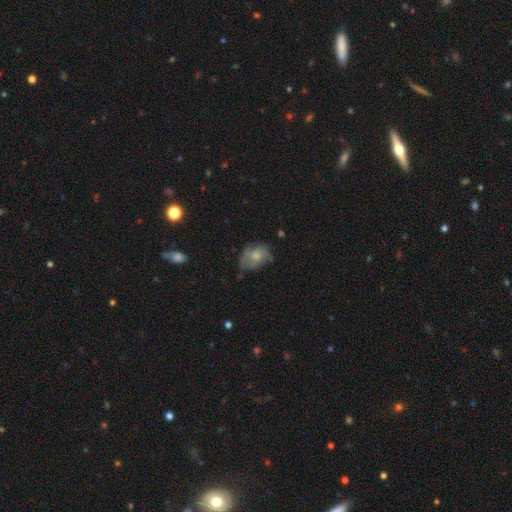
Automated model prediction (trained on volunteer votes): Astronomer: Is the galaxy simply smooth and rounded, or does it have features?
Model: smooth — 49% (runner-up: featured or disk, 41%).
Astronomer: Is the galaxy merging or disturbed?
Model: none — 50% (runner-up: minor disturbance, 30%).